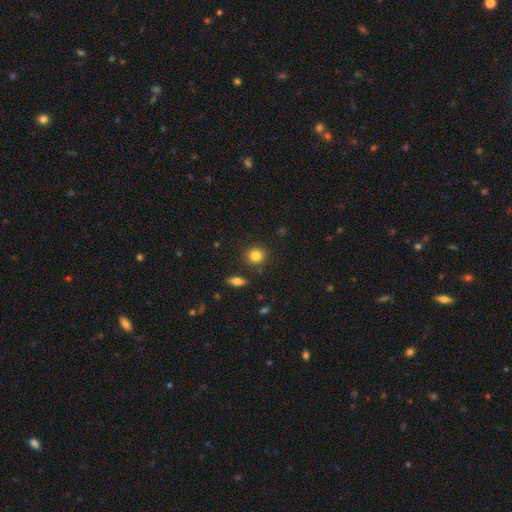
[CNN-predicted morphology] smooth-or-featured: smooth: 83% | star or artifact: 10% | featured or disk: 7%
  how-rounded: round: 87% | in between: 12% | cigar-shaped: 1%
  merging: none: 86% | minor disturbance: 8% | merger: 4% | major disturbance: 2%